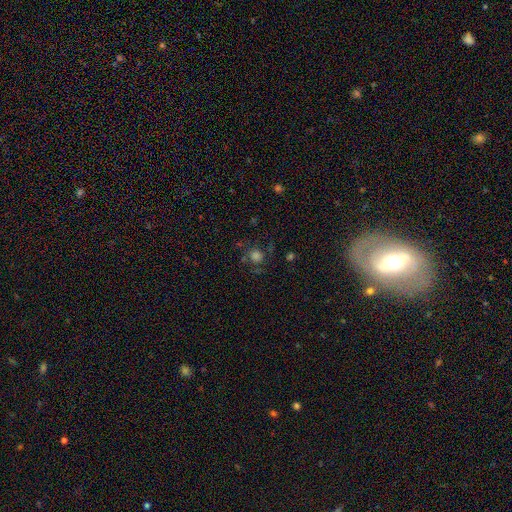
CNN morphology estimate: smooth-or-featured: smooth: 53% | star or artifact: 28% | featured or disk: 19%
  how-rounded: round: 88% | in between: 11% | cigar-shaped: 1%
  merging: none: 66% | minor disturbance: 15% | major disturbance: 14% | merger: 5%